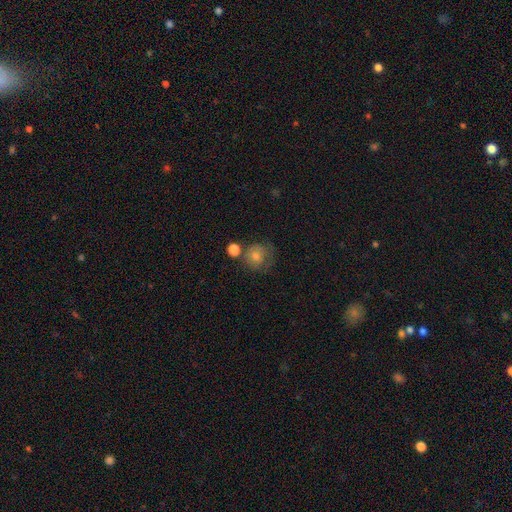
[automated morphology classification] Smooth or featured? Predicted: smooth (p=0.67). How rounded? Predicted: round (p=0.87). Merging? Predicted: none (p=0.61).